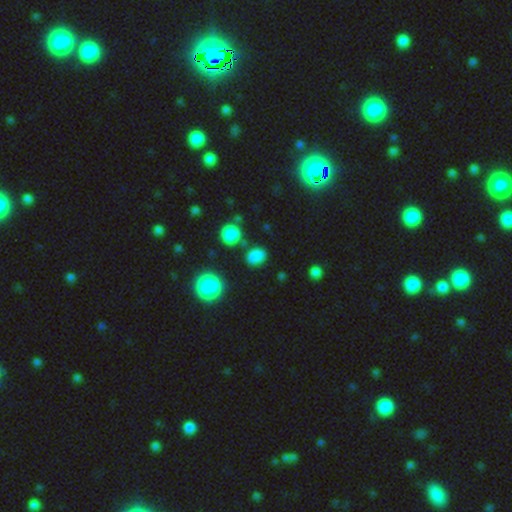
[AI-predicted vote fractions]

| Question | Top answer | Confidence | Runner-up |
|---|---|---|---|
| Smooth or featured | smooth | 79% | star or artifact (17%) |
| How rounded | in between | 50% | round (49%) |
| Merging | none | 79% | minor disturbance (12%) |